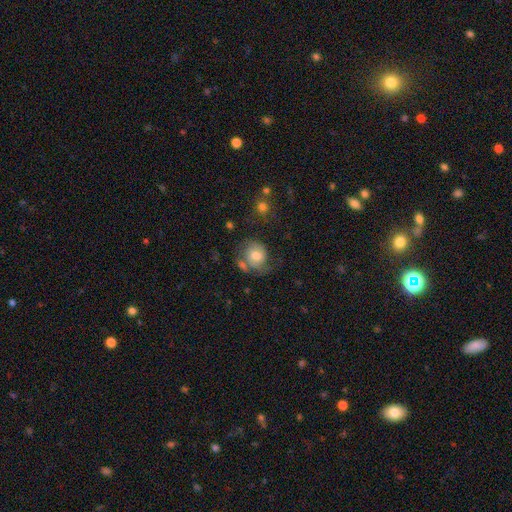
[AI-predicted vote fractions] Smooth or featured? smooth (57%)
How rounded? round (76%)
Merging? none (44%)